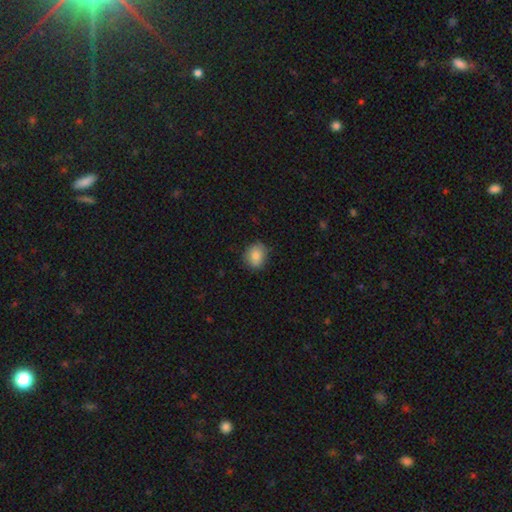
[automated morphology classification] A smooth galaxy with no disk features (84%) that is round (66%). Merging: none (81%).